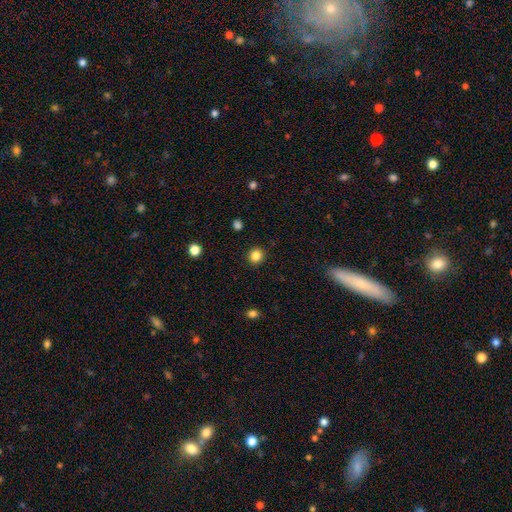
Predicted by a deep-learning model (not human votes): Overall: smooth (84%). How rounded: round (87%). Merging: none (91%).